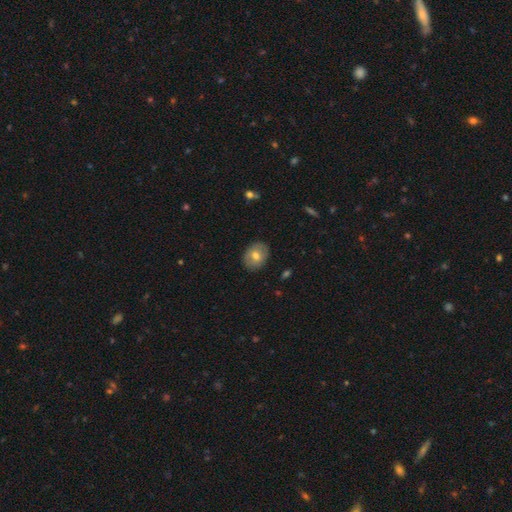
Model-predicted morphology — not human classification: This appears to be a smooth galaxy with no disk features (64%) that is in between round and cigar-shaped (56%). Merging: none (86%).